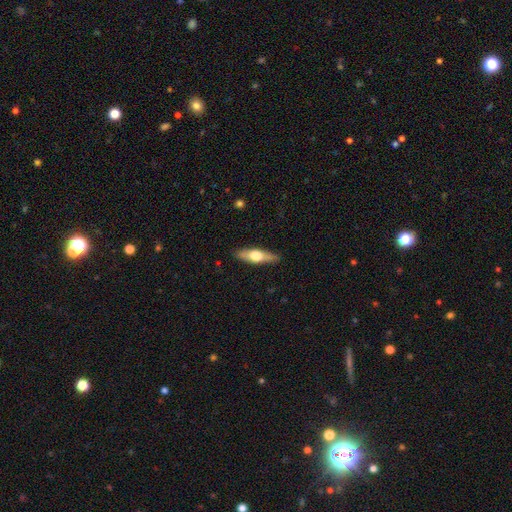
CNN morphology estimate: This is possibly a smooth galaxy (49%). Merging: clearly none (87%).